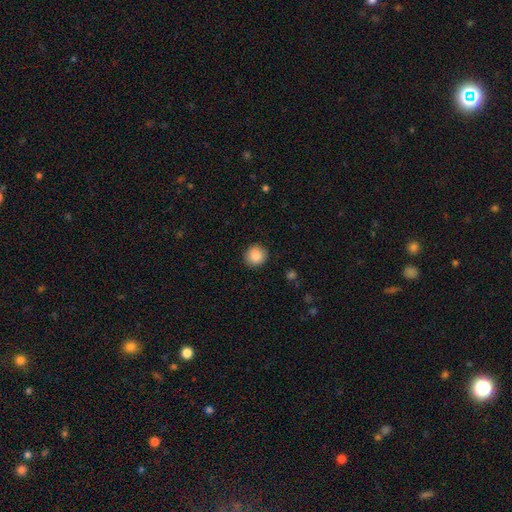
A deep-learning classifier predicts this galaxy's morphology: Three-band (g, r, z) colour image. It shows a smooth galaxy with no disk features (88%) that is round (91%). Merging: none (90%).